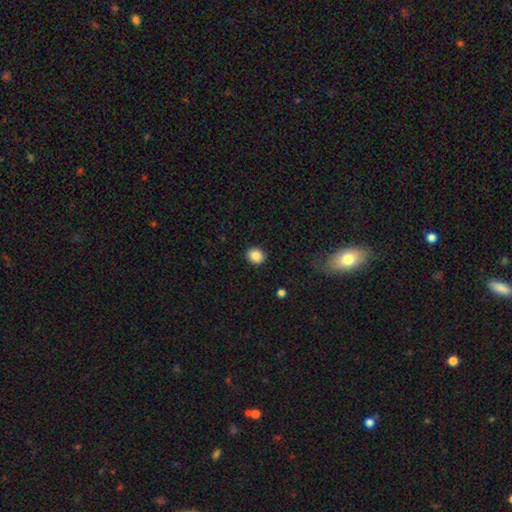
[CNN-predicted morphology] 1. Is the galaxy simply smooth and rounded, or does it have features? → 87% smooth, 9% star or artifact, 4% featured or disk.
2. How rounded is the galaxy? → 75% round, 24% in between, 1% cigar-shaped.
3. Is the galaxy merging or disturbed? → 90% none, 7% minor disturbance, 2% major disturbance, 1% merger.